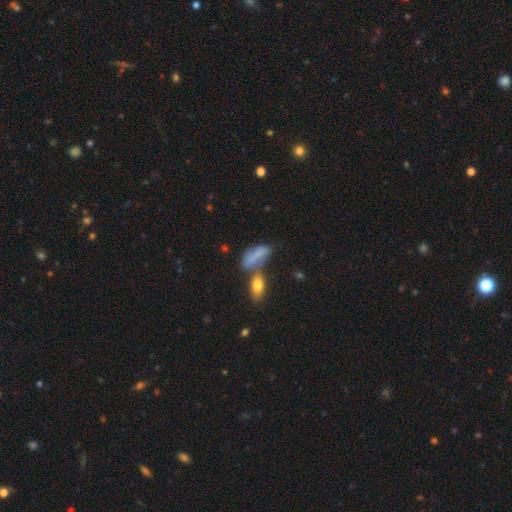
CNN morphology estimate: Smooth or featured? smooth (71%)
How rounded? in between (70%)
Merging? merger (40%)